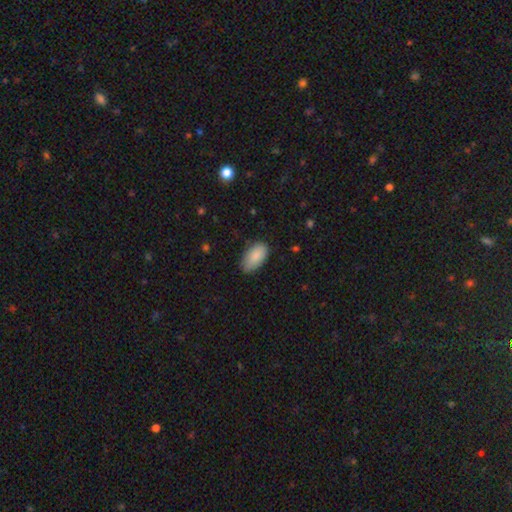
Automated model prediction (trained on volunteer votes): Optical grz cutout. It shows a smooth galaxy with no disk features (87%) that is in between round and cigar-shaped (95%). Merging: none (75%).